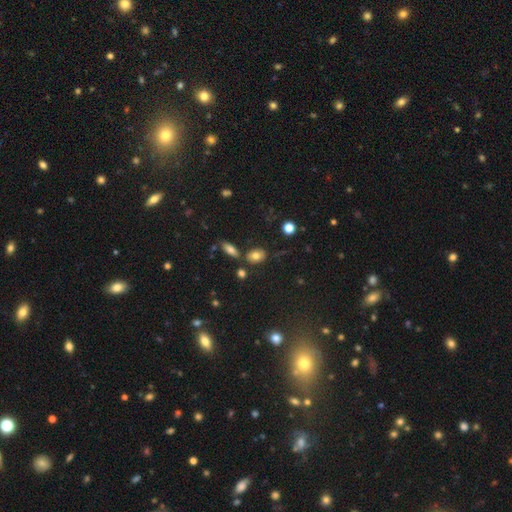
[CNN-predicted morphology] smooth 77%, featured or disk 12%, star or artifact 11%. Down the decision tree: how rounded — in between (79%); merging — none (73%).